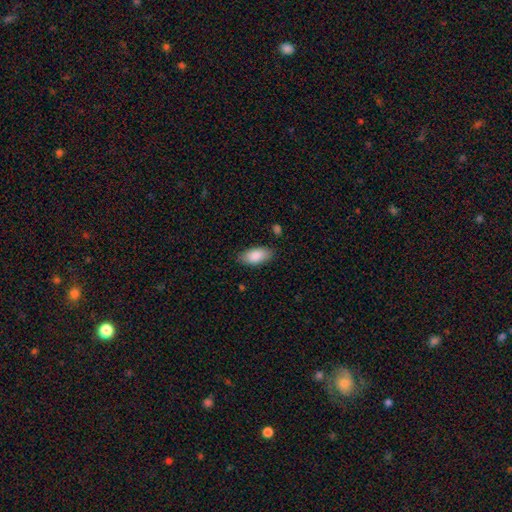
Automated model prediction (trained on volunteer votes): smooth-or-featured: smooth: 88% | star or artifact: 6% | featured or disk: 5%
  how-rounded: in between: 93% | cigar-shaped: 5% | round: 2%
  merging: none: 83% | minor disturbance: 13% | major disturbance: 3% | merger: 2%